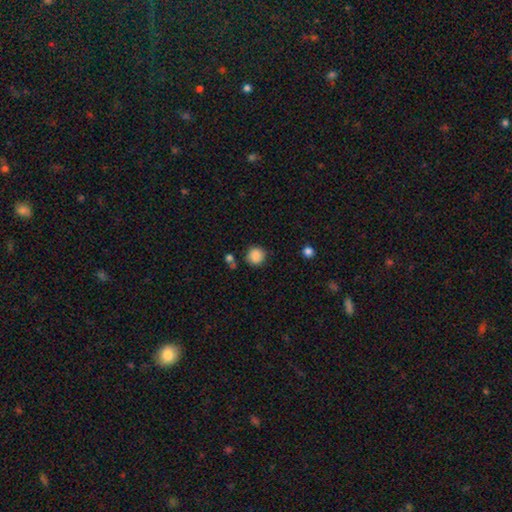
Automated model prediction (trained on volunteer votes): Smooth or featured: smooth — 87% (star or artifact — 9%)
How rounded: round — 90% (in between — 9%)
Merging: none — 81% (minor disturbance — 11%)